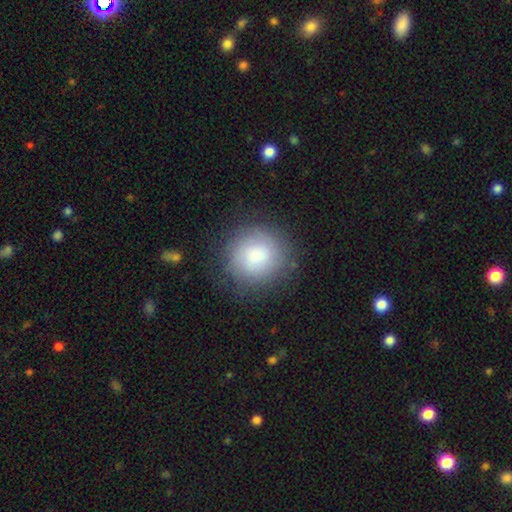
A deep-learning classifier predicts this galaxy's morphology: A smooth galaxy with no disk features (75%) that is round (91%). Merging: none (79%).